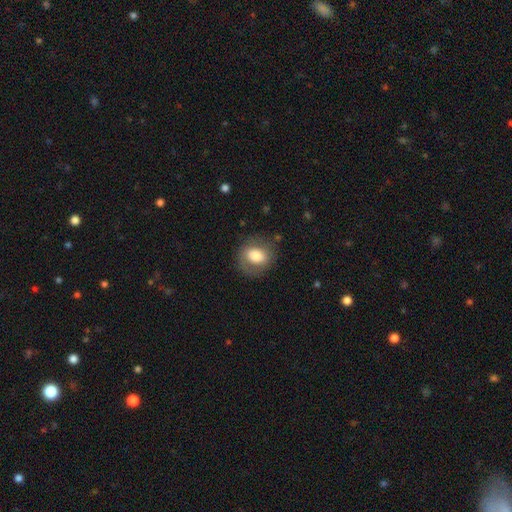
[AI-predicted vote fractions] Overall: smooth (69%). How rounded: round (57%; in between 42%). Merging: none (75%).